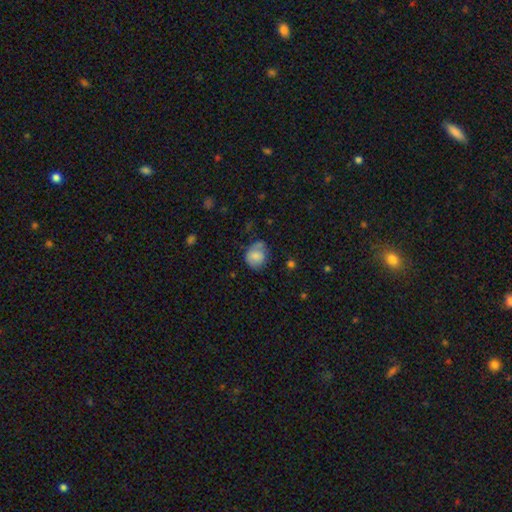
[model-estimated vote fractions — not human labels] Q: Smooth or featured?
A: smooth (77%); runner-up: featured or disk (15%)
Q: How rounded?
A: round (66%); runner-up: in between (33%)
Q: Merging?
A: none (55%); runner-up: minor disturbance (30%)